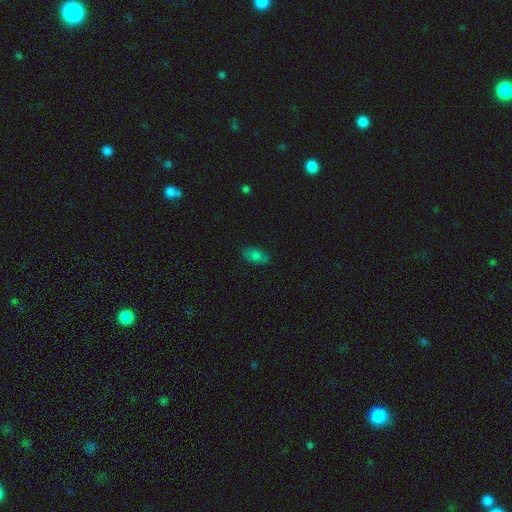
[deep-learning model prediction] Smooth or featured?
  - smooth: 75% *
  - featured or disk: 14%
  - star or artifact: 11%
How rounded?
  - in between: 90% *
  - round: 7%
  - cigar-shaped: 4%
Merging?
  - none: 84% *
  - minor disturbance: 13%
  - major disturbance: 3%
  - merger: 1%